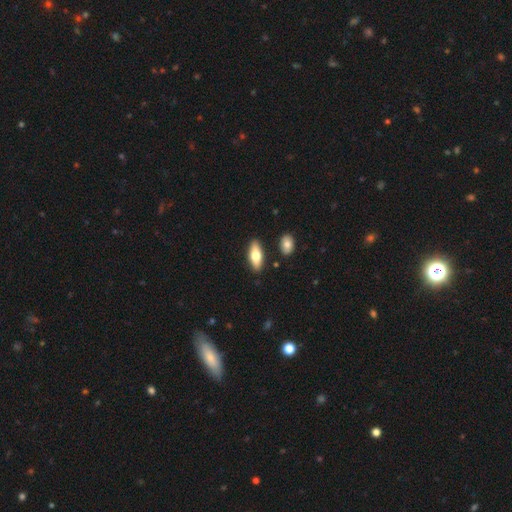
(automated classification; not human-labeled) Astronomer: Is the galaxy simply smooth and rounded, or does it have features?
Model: smooth — 66%.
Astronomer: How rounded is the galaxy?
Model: in between — 74%.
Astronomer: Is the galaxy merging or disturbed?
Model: none — 86%.